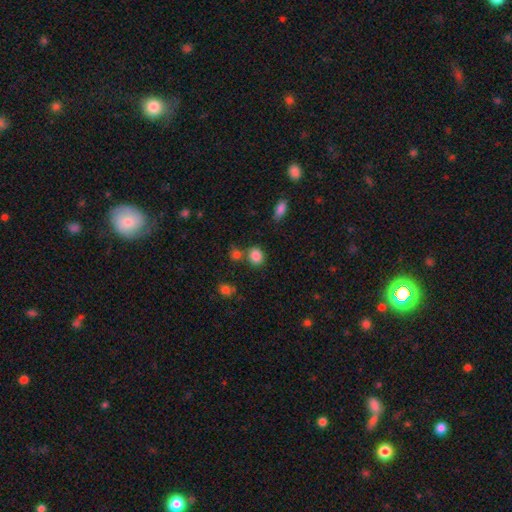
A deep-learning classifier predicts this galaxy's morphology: Overall: smooth (85%). How rounded: round (60%; in between 38%). Merging: none (71%).